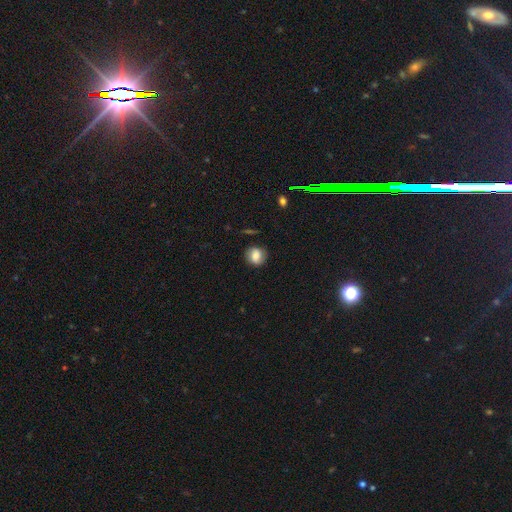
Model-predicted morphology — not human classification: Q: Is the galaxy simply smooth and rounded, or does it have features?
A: smooth — 73%.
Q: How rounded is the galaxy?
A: round — 76%.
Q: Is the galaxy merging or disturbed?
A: none — 81%.